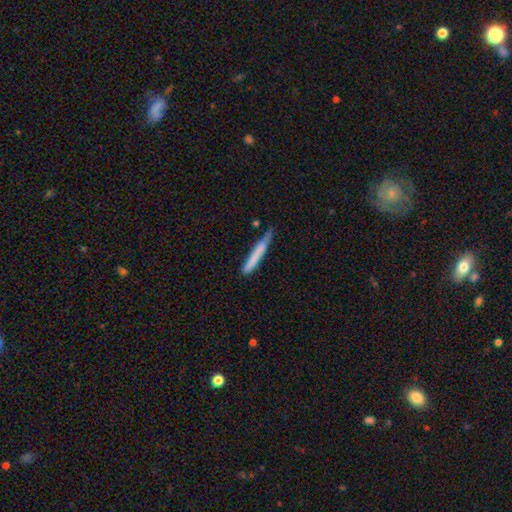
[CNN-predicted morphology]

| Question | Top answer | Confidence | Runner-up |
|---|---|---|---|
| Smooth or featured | smooth | 70% | featured or disk (24%) |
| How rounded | cigar-shaped | 96% | in between (3%) |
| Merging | none | 68% | minor disturbance (24%) |